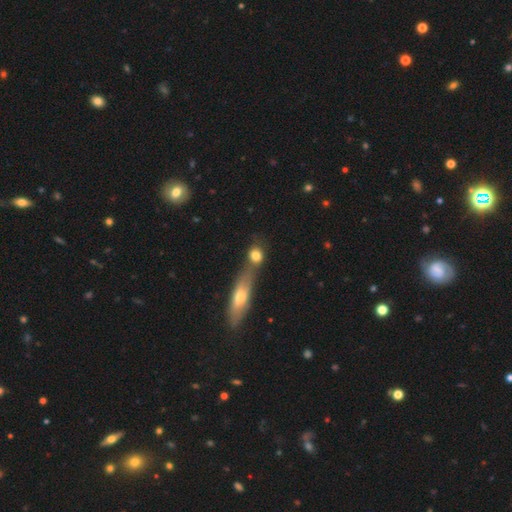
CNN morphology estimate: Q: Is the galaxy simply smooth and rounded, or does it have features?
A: smooth — 76%.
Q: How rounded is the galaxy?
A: round — 59%.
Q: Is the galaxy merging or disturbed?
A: none — 45%.